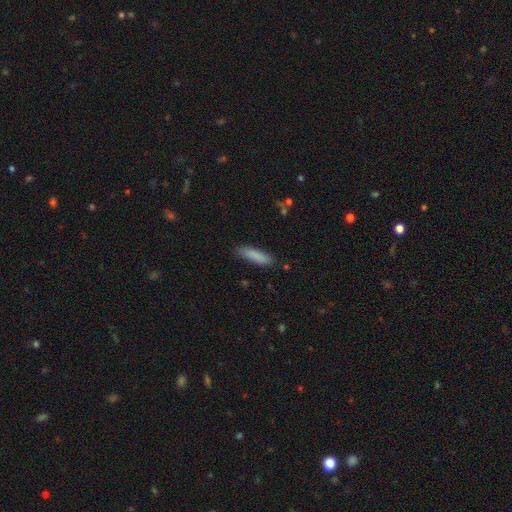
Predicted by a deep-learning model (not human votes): Smooth or featured? Predicted: smooth (p=0.86). How rounded? Predicted: cigar-shaped (p=0.71). Merging? Predicted: none (p=0.84).